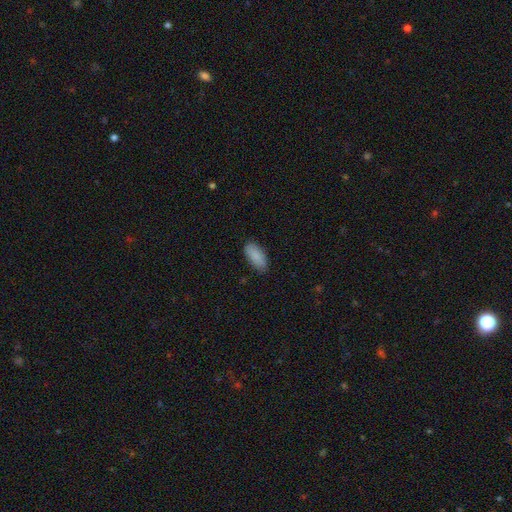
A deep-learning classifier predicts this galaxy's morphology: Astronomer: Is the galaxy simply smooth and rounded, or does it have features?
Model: smooth — 89%.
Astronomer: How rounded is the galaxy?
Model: in between — 88%.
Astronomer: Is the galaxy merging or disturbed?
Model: none — 84%.